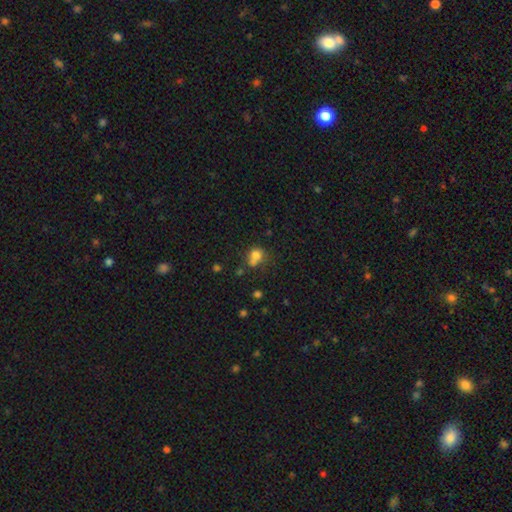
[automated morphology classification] Smooth or featured?
  - smooth: 75% *
  - star or artifact: 14%
  - featured or disk: 12%
How rounded?
  - round: 73% *
  - in between: 26%
  - cigar-shaped: 1%
Merging?
  - none: 40% *
  - merger: 38%
  - minor disturbance: 15%
  - major disturbance: 8%